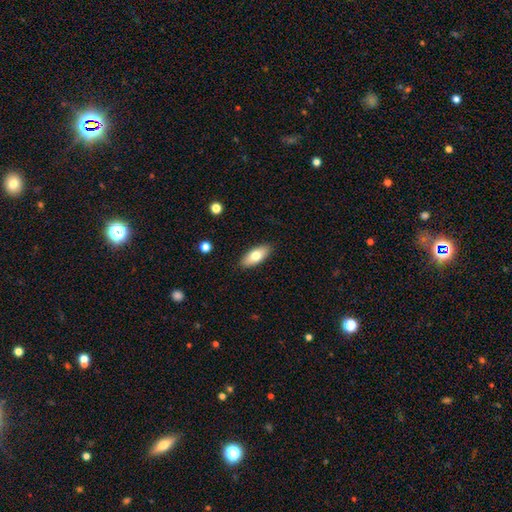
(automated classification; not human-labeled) Smooth or featured? Predicted: smooth (p=0.73). How rounded? Predicted: in between (p=0.83). Merging? Predicted: none (p=0.88).